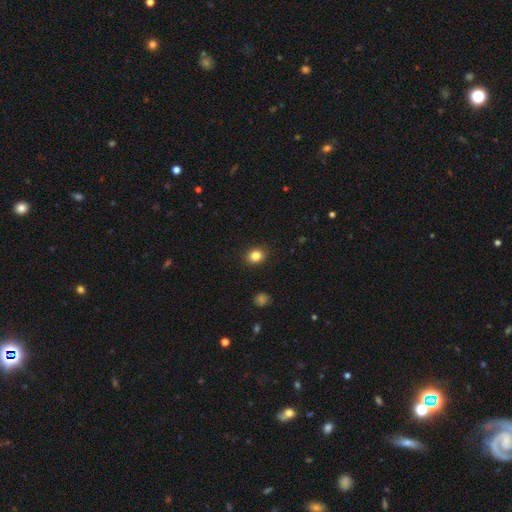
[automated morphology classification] Overall: smooth (84%). How rounded: round (57%; in between 42%). Merging: none (90%).